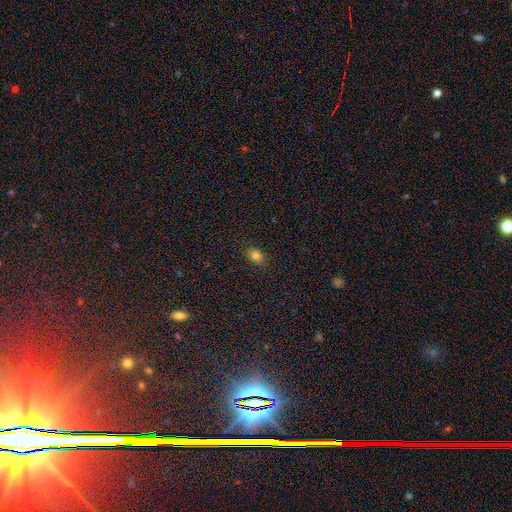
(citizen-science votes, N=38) Q: Smooth or featured?
A: smooth (89%); runner-up: featured or disk (5%)
Q: How rounded?
A: in between (76%); runner-up: round (24%)
Q: Merging?
A: none (86%); runner-up: minor disturbance (14%)